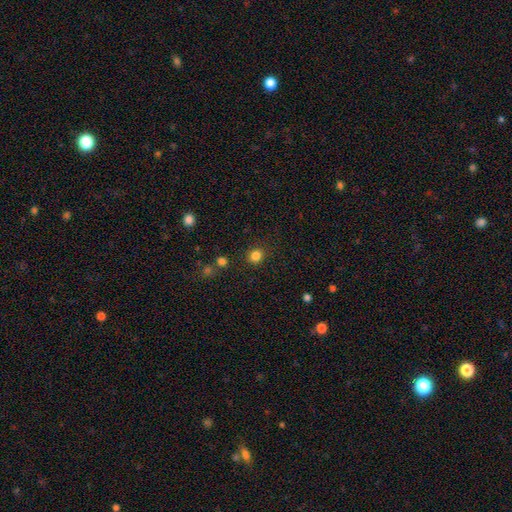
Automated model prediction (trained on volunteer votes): Q: Smooth or featured?
A: smooth (83%); runner-up: star or artifact (13%)
Q: How rounded?
A: round (81%); runner-up: in between (18%)
Q: Merging?
A: none (86%); runner-up: minor disturbance (8%)